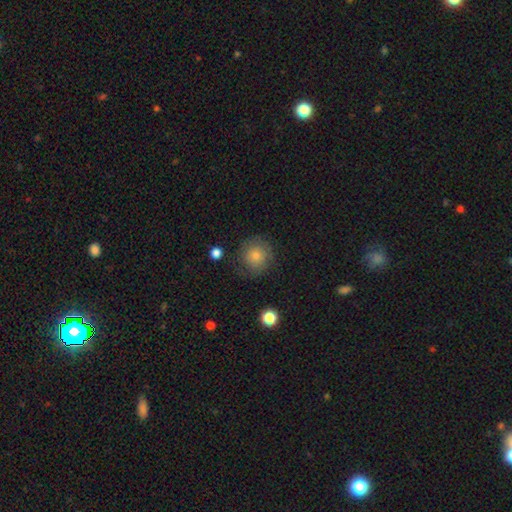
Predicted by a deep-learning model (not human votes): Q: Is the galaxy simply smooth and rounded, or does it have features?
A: smooth — 71%.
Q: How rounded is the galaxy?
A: round — 92%.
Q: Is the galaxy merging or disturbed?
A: none — 78%.